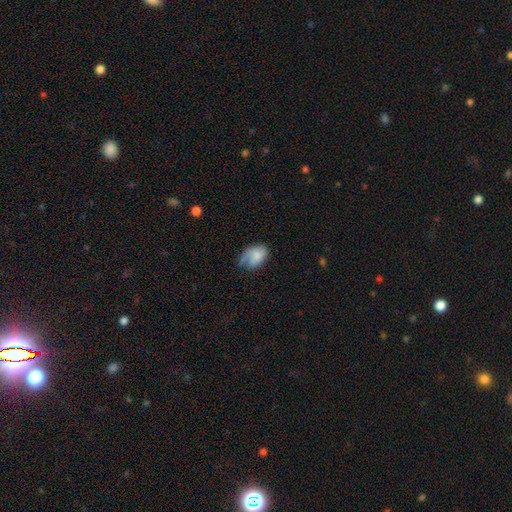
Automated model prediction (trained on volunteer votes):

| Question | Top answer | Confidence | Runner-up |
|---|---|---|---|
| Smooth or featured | smooth | 58% | featured or disk (34%) |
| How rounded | in between | 78% | round (21%) |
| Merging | none | 38% | minor disturbance (33%) |